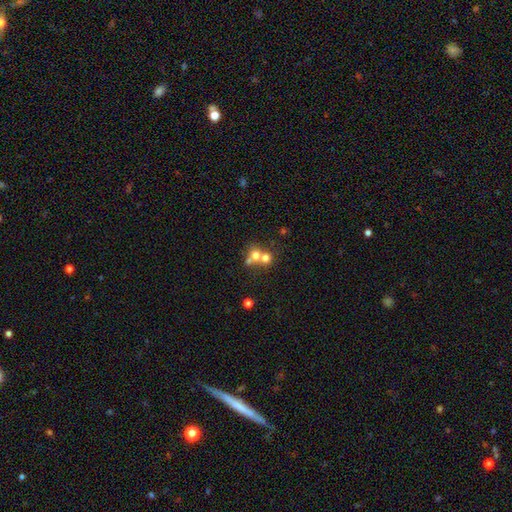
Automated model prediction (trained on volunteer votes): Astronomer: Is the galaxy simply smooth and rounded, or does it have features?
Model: smooth — 66%.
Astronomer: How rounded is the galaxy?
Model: round — 78%.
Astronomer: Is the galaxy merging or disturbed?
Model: merger — 61%.